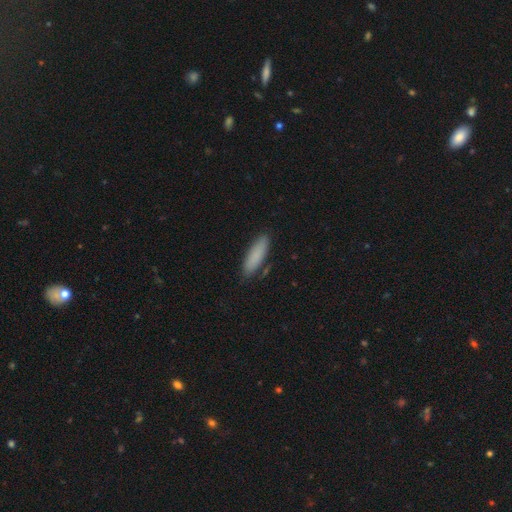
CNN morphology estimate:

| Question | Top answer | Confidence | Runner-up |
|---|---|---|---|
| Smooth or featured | smooth | 86% | featured or disk (8%) |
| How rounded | cigar-shaped | 57% | in between (42%) |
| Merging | none | 83% | minor disturbance (13%) |